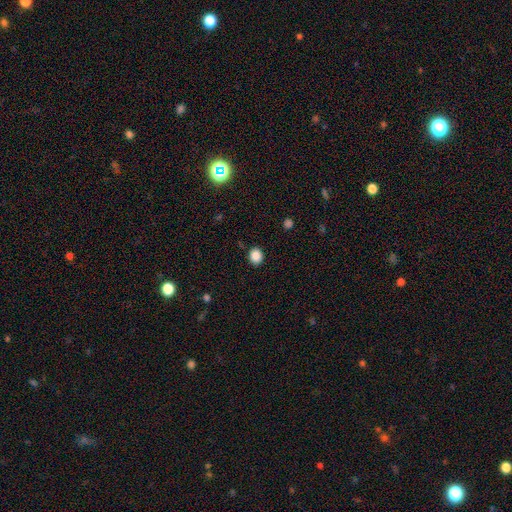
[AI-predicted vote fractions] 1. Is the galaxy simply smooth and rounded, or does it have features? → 87% smooth, 10% star or artifact, 3% featured or disk.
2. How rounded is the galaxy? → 73% round, 26% in between, 1% cigar-shaped.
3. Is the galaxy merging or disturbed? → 90% none, 7% minor disturbance, 2% major disturbance, 1% merger.